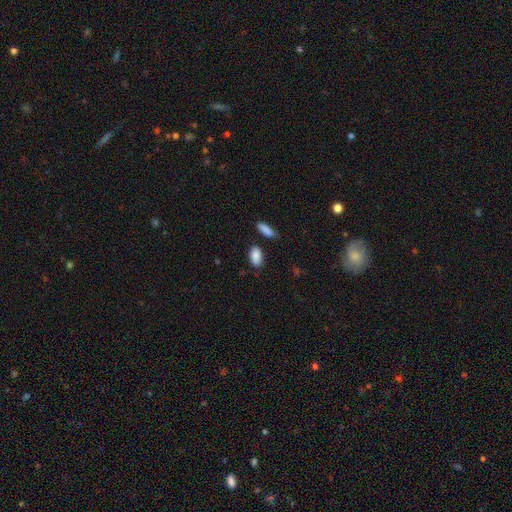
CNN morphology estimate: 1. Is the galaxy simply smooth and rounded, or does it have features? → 88% smooth, 7% star or artifact, 6% featured or disk.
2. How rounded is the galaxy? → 92% in between, 4% round, 4% cigar-shaped.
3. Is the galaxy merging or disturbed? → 79% none, 13% minor disturbance, 6% merger, 3% major disturbance.